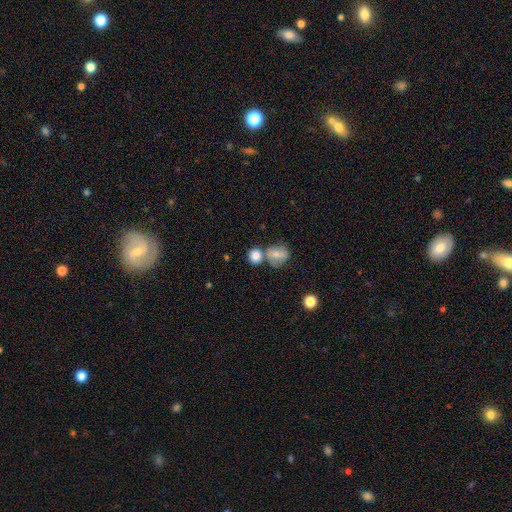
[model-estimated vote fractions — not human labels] Smooth or featured: smooth — 82% (featured or disk — 10%)
How rounded: round — 81% (in between — 17%)
Merging: none — 48% (merger — 38%)